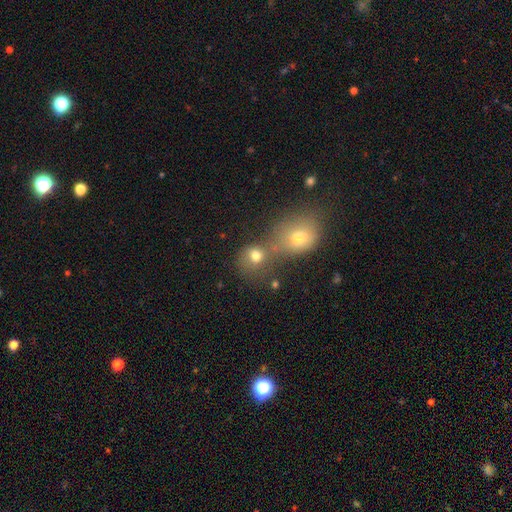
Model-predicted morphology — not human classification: smooth_or_featured: smooth (p=0.74) [alt: star or artifact p=0.15]
how_rounded: round (p=0.76) [alt: in between p=0.22]
merging: merger (p=0.53) [alt: none p=0.35]